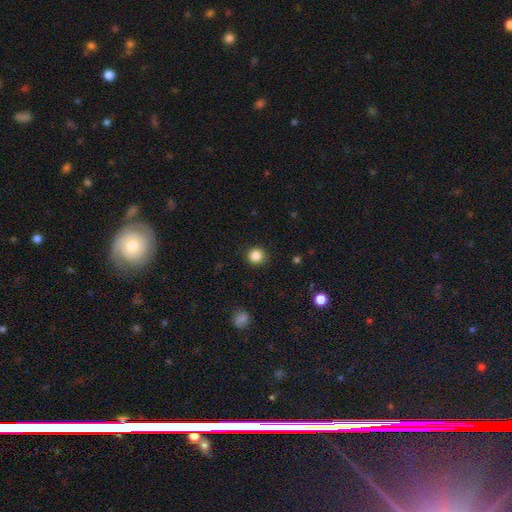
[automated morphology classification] A smooth galaxy with no disk features (86%) that is round (93%).

Vote fractions:
- Smooth or featured? smooth: 86% / star or artifact: 11% / featured or disk: 4%
- How rounded? round: 93% / in between: 6% / cigar-shaped: 1%
- Merging? none: 91% / minor disturbance: 6% / major disturbance: 2% / merger: 1%